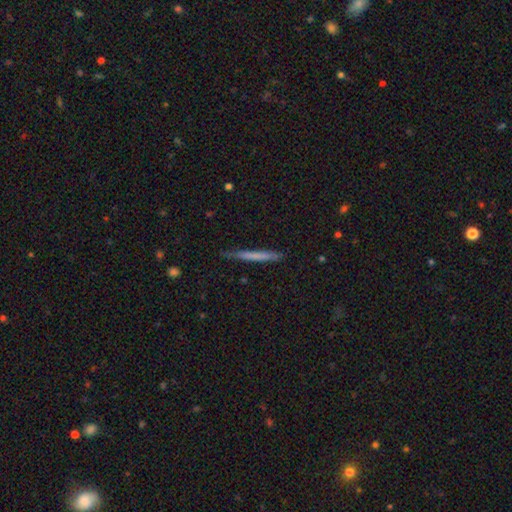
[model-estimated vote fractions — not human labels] Smooth or featured: smooth — 61% (featured or disk — 32%)
How rounded: cigar-shaped — 97% (in between — 2%)
Merging: none — 82% (minor disturbance — 14%)